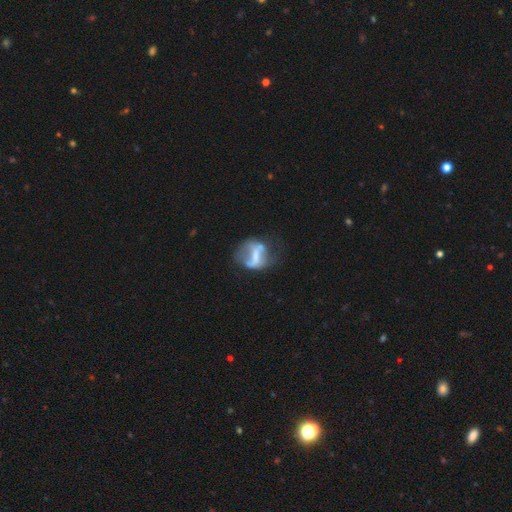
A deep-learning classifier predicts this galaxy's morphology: This appears to be a featured or disk galaxy (58%) with a strong bar (44%), no spiral arms (65%) and no central bulge (41%). Merging: none (37%).